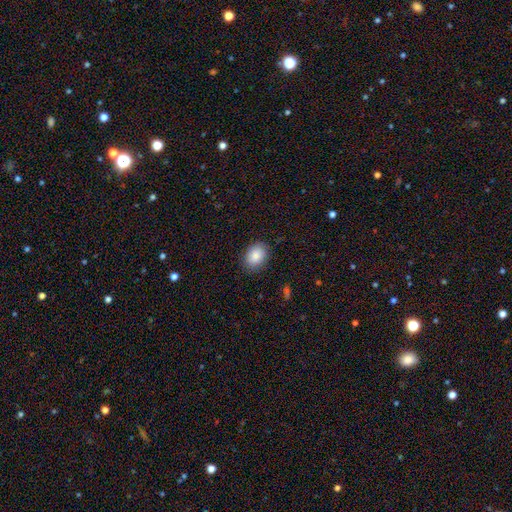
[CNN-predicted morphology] Q: Smooth or featured?
A: smooth (86%); runner-up: star or artifact (7%)
Q: How rounded?
A: in between (70%); runner-up: round (29%)
Q: Merging?
A: none (85%); runner-up: minor disturbance (11%)